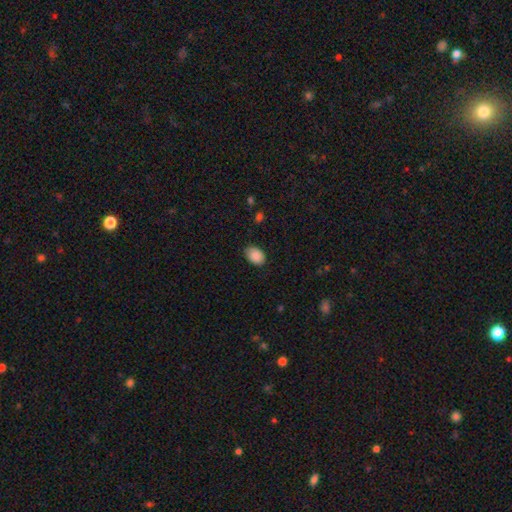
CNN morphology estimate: This appears to be a smooth galaxy with no disk features (88%) that is in between round and cigar-shaped (79%). Merging: none (79%).